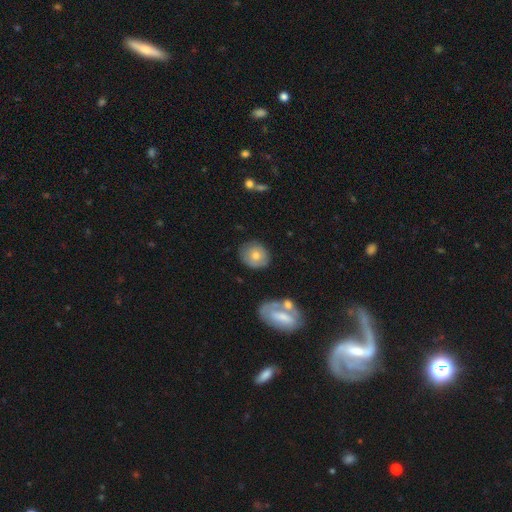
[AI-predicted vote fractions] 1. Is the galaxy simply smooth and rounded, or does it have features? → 69% smooth, 23% featured or disk, 8% star or artifact.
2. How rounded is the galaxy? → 80% round, 18% in between, 1% cigar-shaped.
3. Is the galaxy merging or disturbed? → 78% none, 14% minor disturbance, 4% major disturbance, 3% merger.